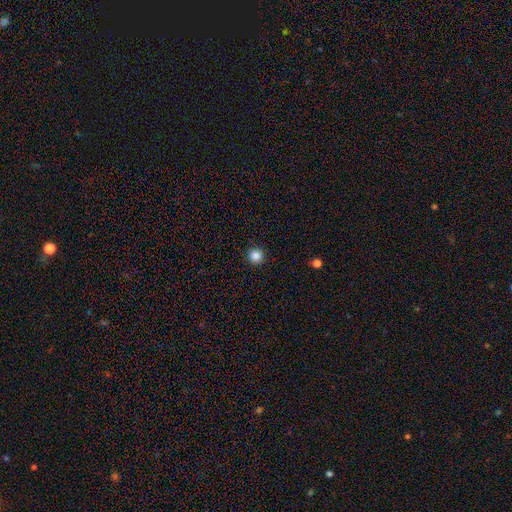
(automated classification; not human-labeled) A smooth galaxy with no disk features (85%) that is round (96%).

Vote fractions:
- Smooth or featured? smooth: 85% / star or artifact: 11% / featured or disk: 3%
- How rounded? round: 96% / in between: 3% / cigar-shaped: 1%
- Merging? none: 93% / minor disturbance: 5% / major disturbance: 2% / merger: 1%